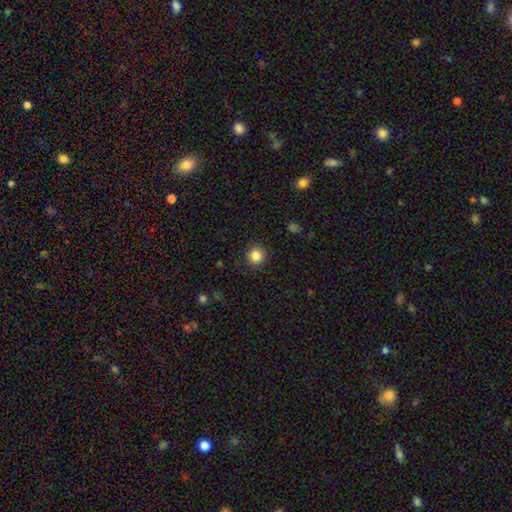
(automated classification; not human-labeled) This is clearly a smooth galaxy (85%). How rounded: clearly round (95%). Merging: clearly none (91%).